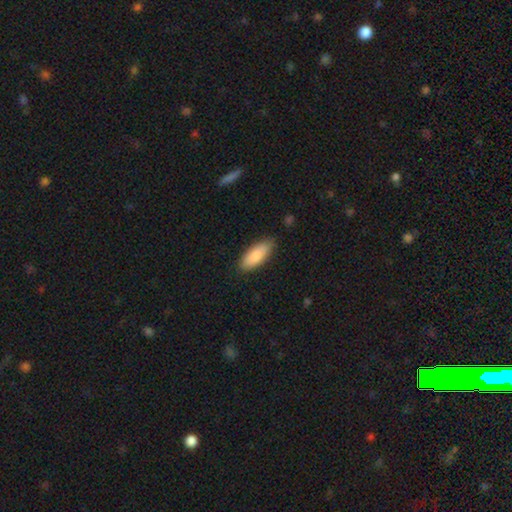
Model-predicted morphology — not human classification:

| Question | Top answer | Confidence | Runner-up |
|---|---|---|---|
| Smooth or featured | smooth | 87% | featured or disk (8%) |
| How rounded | in between | 76% | cigar-shaped (22%) |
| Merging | none | 84% | minor disturbance (13%) |